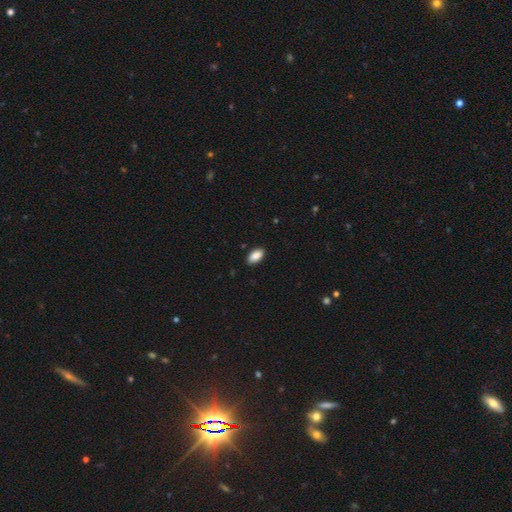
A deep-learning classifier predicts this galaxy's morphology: Overall: smooth (88%). How rounded: in between (94%). Merging: none (89%).